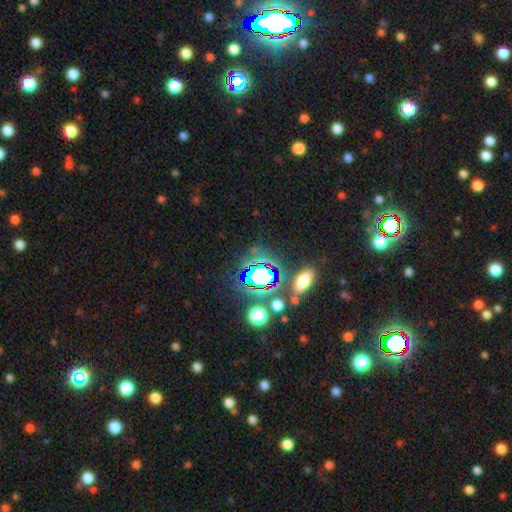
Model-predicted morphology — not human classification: type=star or artifact (80%).